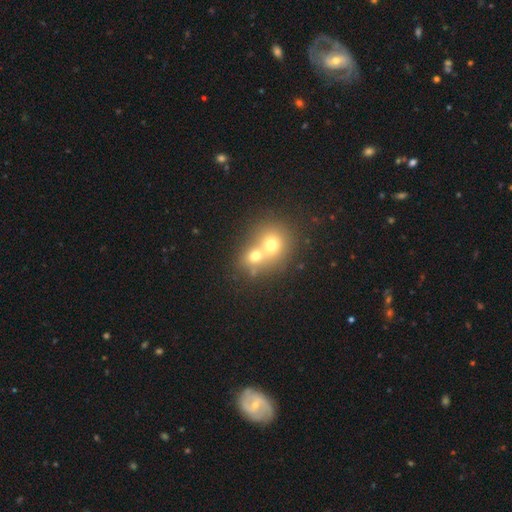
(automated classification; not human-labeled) A smooth galaxy with no disk features (66%) that is round (71%).

Vote fractions:
- Smooth or featured? smooth: 66% / featured or disk: 20% / star or artifact: 14%
- How rounded? round: 71% / in between: 28% / cigar-shaped: 1%
- Merging? merger: 68% / none: 24% / minor disturbance: 5% / major disturbance: 3%